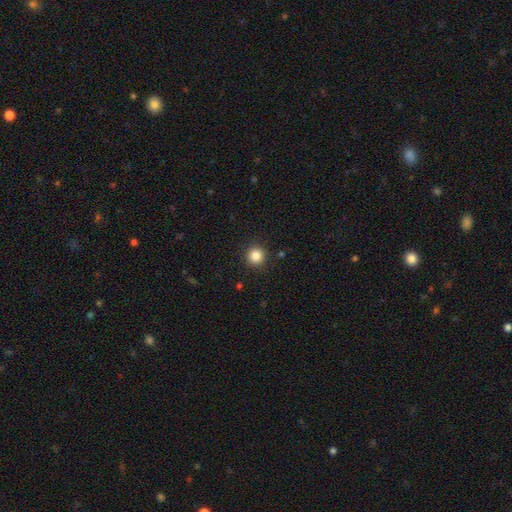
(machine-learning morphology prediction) This is clearly a smooth galaxy (85%). How rounded: clearly round (95%). Merging: clearly none (92%).